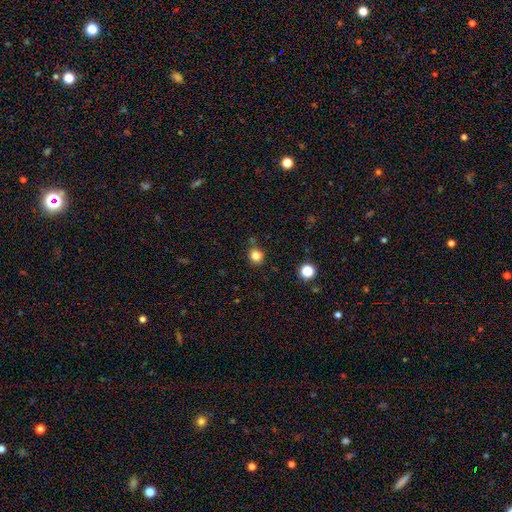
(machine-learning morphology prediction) smooth 82%, star or artifact 13%, featured or disk 5%. Down the decision tree: how rounded — round (87%); merging — none (83%).